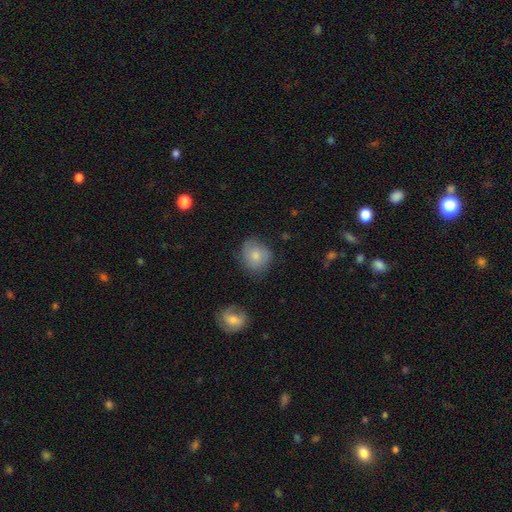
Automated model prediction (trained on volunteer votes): This is likely a smooth galaxy (74%). How rounded: likely round (74%). Merging: likely none (66%).